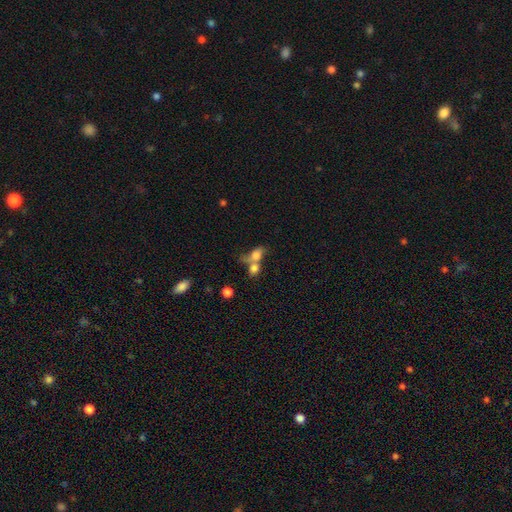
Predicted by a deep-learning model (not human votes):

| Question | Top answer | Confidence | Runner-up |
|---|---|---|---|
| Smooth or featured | smooth | 70% | featured or disk (18%) |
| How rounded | in between | 58% | round (37%) |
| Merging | merger | 65% | none (18%) |